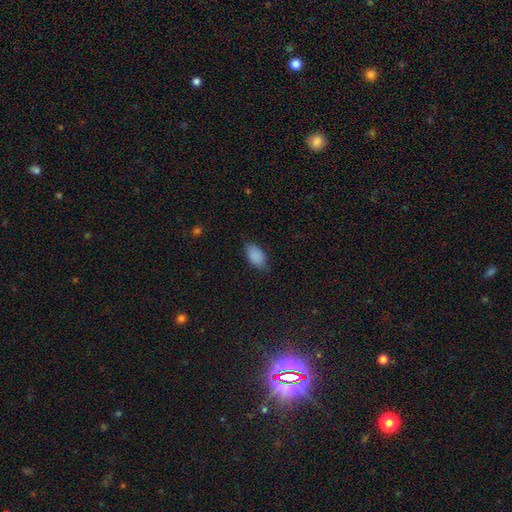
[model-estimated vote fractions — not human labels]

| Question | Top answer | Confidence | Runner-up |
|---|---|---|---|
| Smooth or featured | smooth | 88% | star or artifact (8%) |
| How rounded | in between | 93% | round (5%) |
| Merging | none | 75% | minor disturbance (20%) |